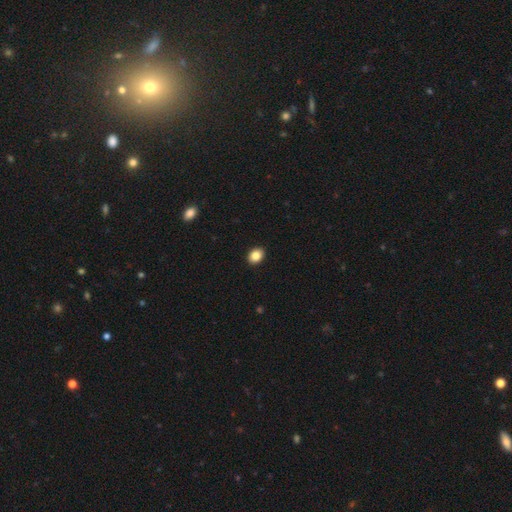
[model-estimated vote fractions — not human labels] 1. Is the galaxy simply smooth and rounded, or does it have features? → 85% smooth, 9% star or artifact, 6% featured or disk.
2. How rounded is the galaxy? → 61% in between, 38% round, 1% cigar-shaped.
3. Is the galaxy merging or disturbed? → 92% none, 6% minor disturbance, 1% major disturbance, 1% merger.